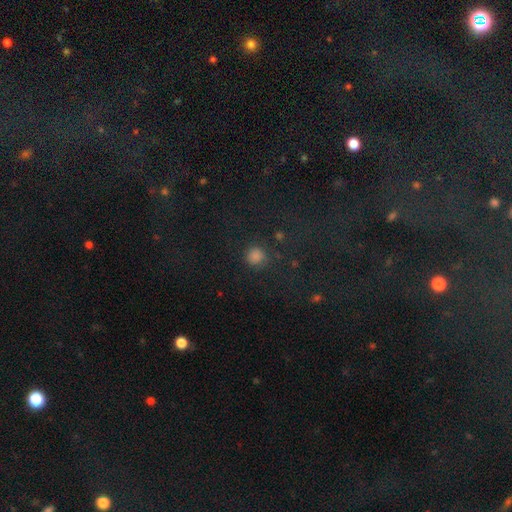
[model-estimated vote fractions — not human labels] The model was most divided on "smooth or featured": smooth: 75%, star or artifact: 20%, featured or disk: 5%. More confident: how rounded — round (90%); merging — none (81%).